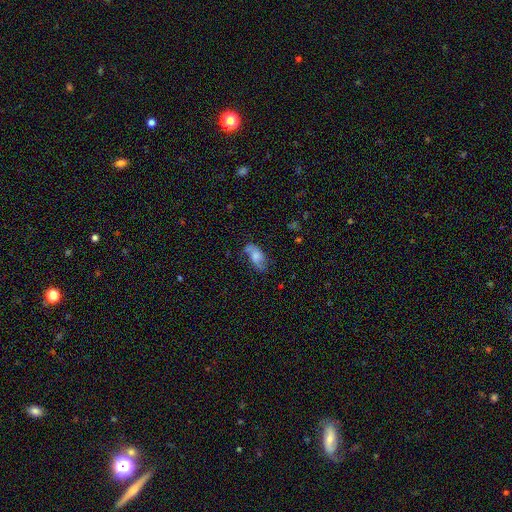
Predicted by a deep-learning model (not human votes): smooth 58%, featured or disk 33%, star or artifact 9%. Down the decision tree: how rounded — in between (89%); merging — none (49%).